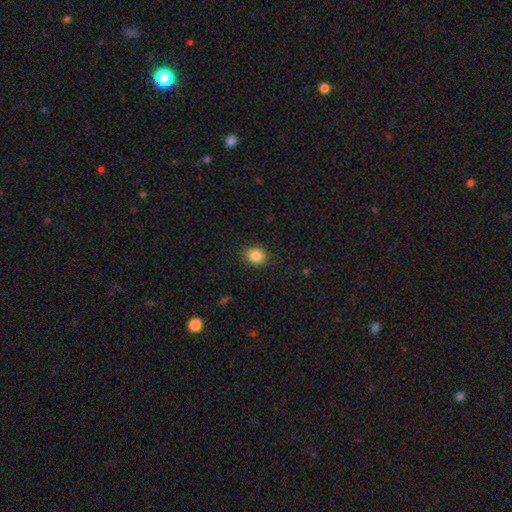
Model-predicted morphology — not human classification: Overall: smooth (86%). How rounded: round (60%; in between 39%). Merging: none (87%).